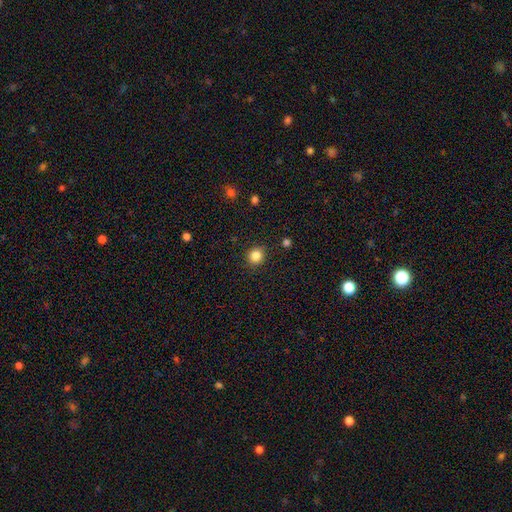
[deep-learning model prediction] smooth-or-featured: smooth: 84% | star or artifact: 11% | featured or disk: 5%
  how-rounded: round: 87% | in between: 12% | cigar-shaped: 1%
  merging: none: 90% | minor disturbance: 7% | major disturbance: 2% | merger: 1%